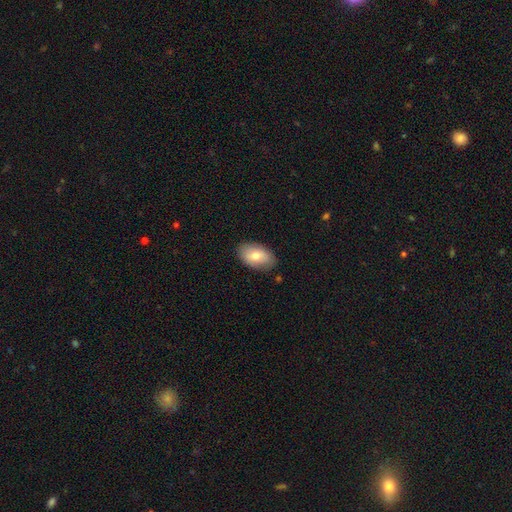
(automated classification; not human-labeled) Morphology: type=smooth (75%); roundness=in between (93%); merging=none (84%).